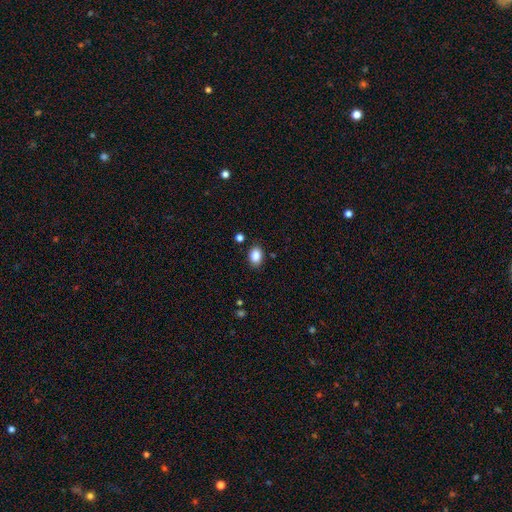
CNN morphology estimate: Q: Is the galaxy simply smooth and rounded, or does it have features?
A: smooth — 87%.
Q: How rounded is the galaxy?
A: in between — 75%.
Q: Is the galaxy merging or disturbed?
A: none — 86%.